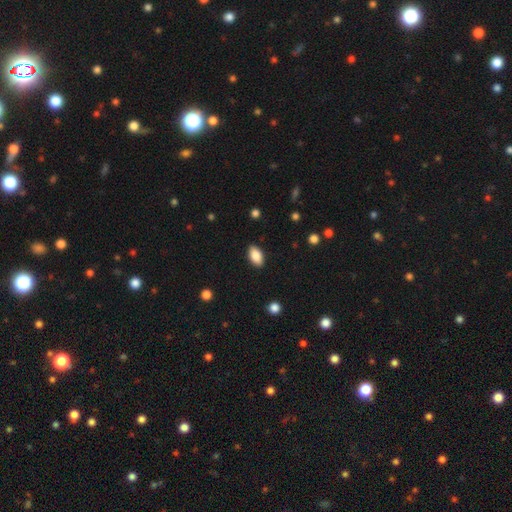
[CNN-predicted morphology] smooth 87%, star or artifact 7%, featured or disk 6%. Down the decision tree: how rounded — in between (93%); merging — none (88%).